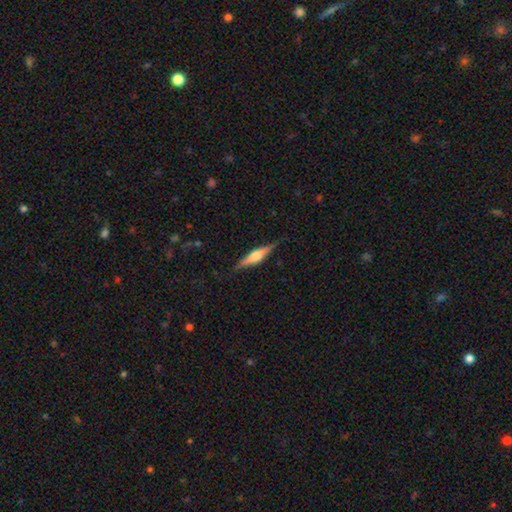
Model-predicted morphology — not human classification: A featured or disk galaxy (64%) viewed edge-on (97%) with a rounded central bulge (77%). Merging: none (85%).